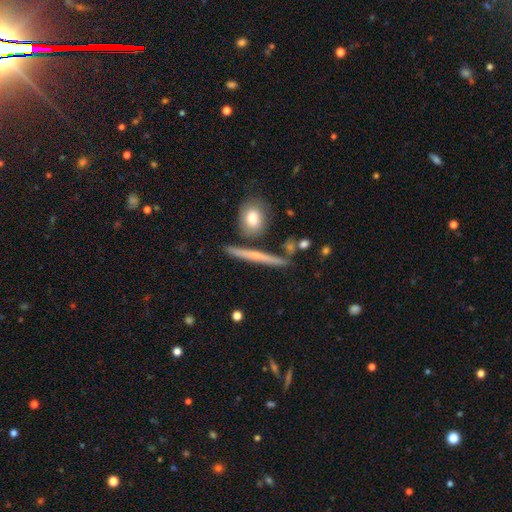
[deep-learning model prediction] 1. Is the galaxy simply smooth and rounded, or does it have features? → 52% featured or disk, 41% smooth, 8% star or artifact.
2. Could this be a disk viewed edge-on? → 93% yes, 7% no.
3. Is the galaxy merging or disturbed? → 81% none, 10% minor disturbance, 6% merger, 3% major disturbance.